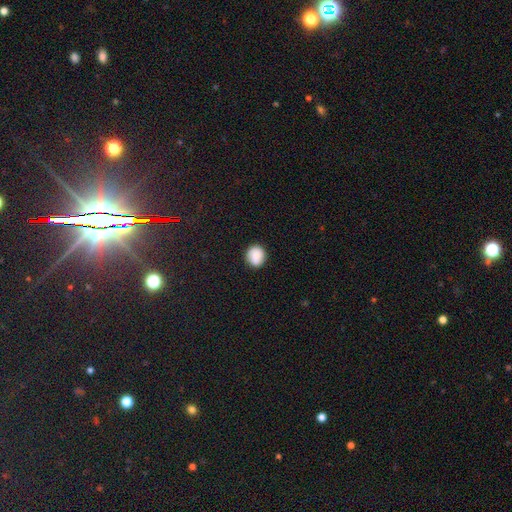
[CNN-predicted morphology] This is clearly a smooth galaxy (82%). How rounded: clearly round (83%). Merging: clearly none (80%).